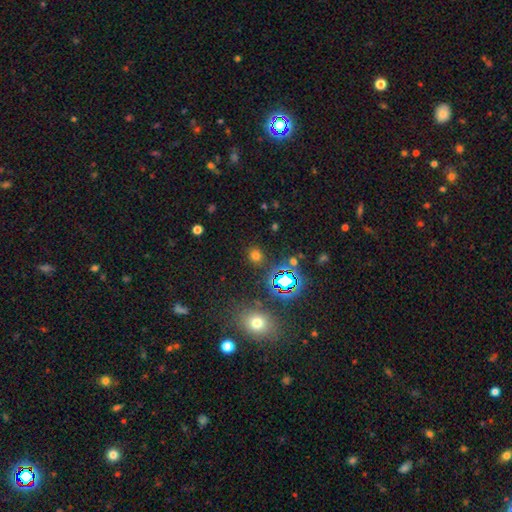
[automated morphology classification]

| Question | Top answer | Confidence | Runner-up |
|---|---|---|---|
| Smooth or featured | smooth | 63% | star or artifact (31%) |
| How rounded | round | 80% | in between (18%) |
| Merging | none | 86% | minor disturbance (8%) |